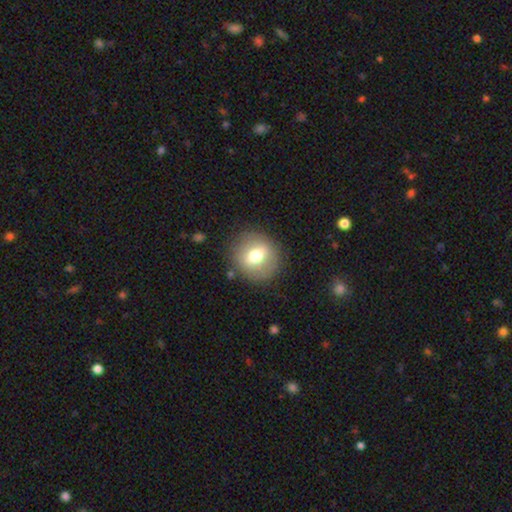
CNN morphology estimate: A smooth galaxy with no disk features (61%) that is round (85%).

Vote fractions:
- Smooth or featured? smooth: 61% / featured or disk: 30% / star or artifact: 9%
- How rounded? round: 85% / in between: 14% / cigar-shaped: 1%
- Merging? none: 85% / minor disturbance: 9% / major disturbance: 4% / merger: 2%